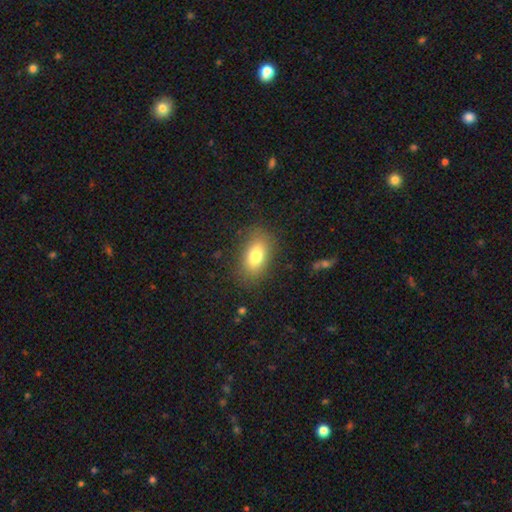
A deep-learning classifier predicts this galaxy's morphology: Smooth or featured? smooth (77%)
How rounded? in between (87%)
Merging? none (83%)